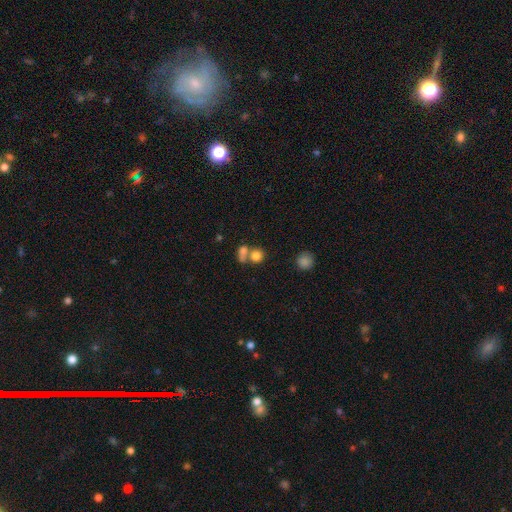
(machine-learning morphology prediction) This is clearly a smooth galaxy (81%). How rounded: likely round (73%). Merging: possibly merger (47%).